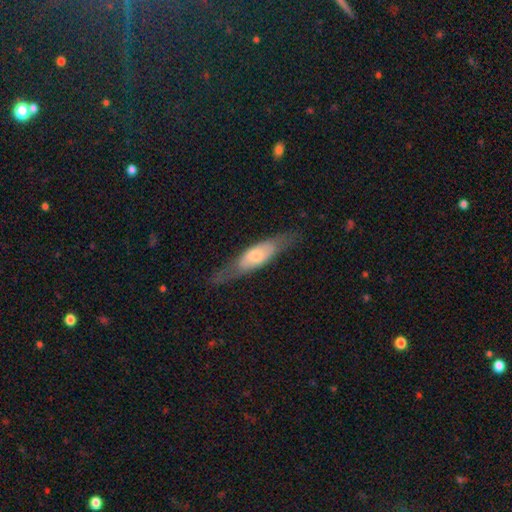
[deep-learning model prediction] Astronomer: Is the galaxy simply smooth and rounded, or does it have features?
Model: featured or disk — 50% (runner-up: smooth, 44%).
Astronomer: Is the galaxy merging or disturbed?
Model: none — 69%.